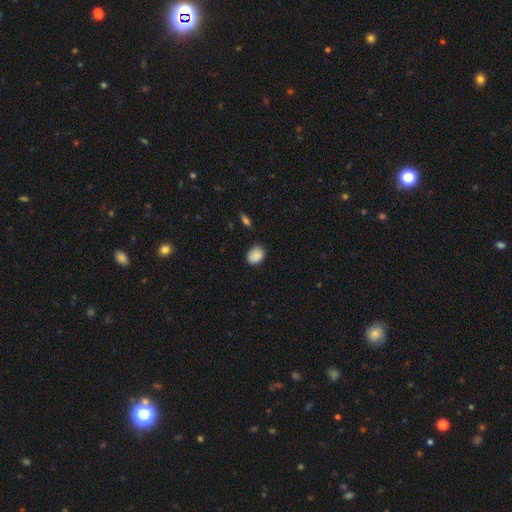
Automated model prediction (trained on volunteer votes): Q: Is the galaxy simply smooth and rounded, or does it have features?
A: smooth — 88%.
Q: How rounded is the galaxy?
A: in between — 56%.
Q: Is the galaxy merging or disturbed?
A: none — 80%.